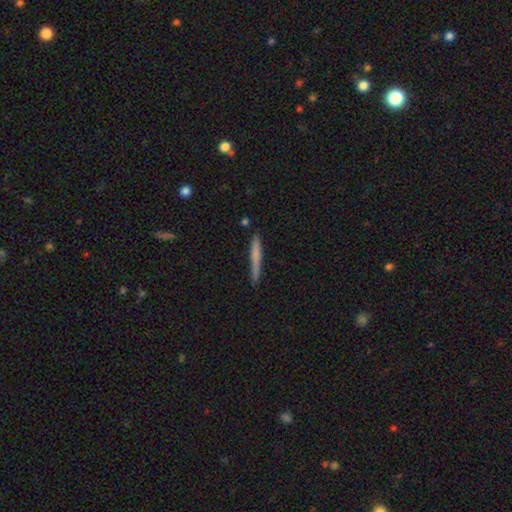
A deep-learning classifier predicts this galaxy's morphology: smooth_or_featured: smooth (p=0.63) [alt: featured or disk p=0.31]
how_rounded: cigar-shaped (p=0.96) [alt: in between p=0.03]
merging: none (p=0.84) [alt: minor disturbance p=0.12]